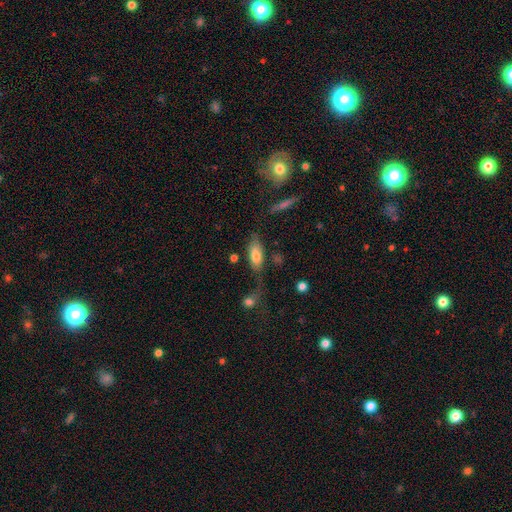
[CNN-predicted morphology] The model was most divided on "merging": none: 47%, minor disturbance: 23%, major disturbance: 16%, merger: 14%. More confident: how rounded — in between (80%); smooth or featured — smooth (75%).